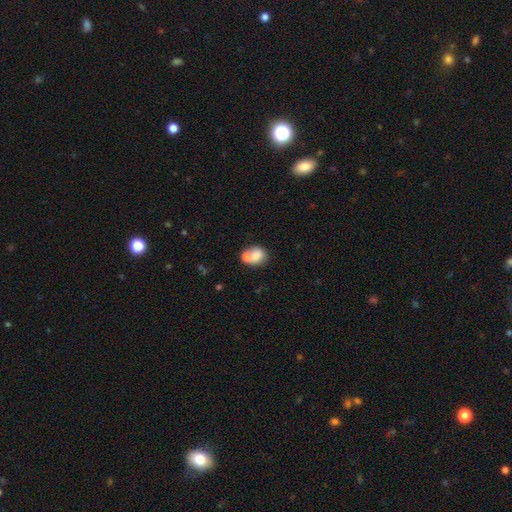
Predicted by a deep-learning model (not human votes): Overall: smooth (73%). How rounded: round (57%; in between 42%). Merging: merger (48%; none 36%).